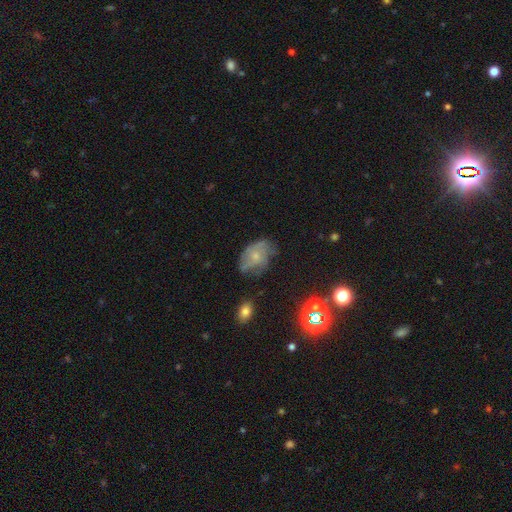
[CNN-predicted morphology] smooth-or-featured: featured or disk: 55% | smooth: 32% | star or artifact: 12%
  disk-edge-on: no: 96% | yes: 4%
    bar: no: 82% | weak: 16% | strong: 2%
    has-spiral-arms: yes: 69% | no: 31%
    bulge-size: small: 64% | moderate: 27% | none: 6% | large: 2% | dominant: 1%
  merging: none: 52% | minor disturbance: 30% | major disturbance: 16% | merger: 3%